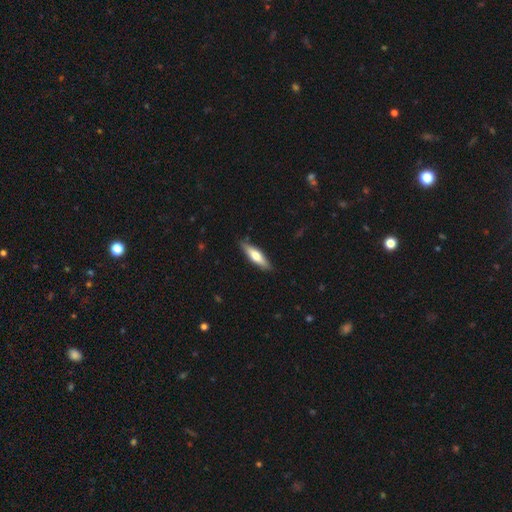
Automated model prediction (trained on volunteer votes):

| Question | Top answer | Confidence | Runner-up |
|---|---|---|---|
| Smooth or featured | smooth | 59% | featured or disk (36%) |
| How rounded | cigar-shaped | 66% | in between (32%) |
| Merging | none | 87% | minor disturbance (10%) |